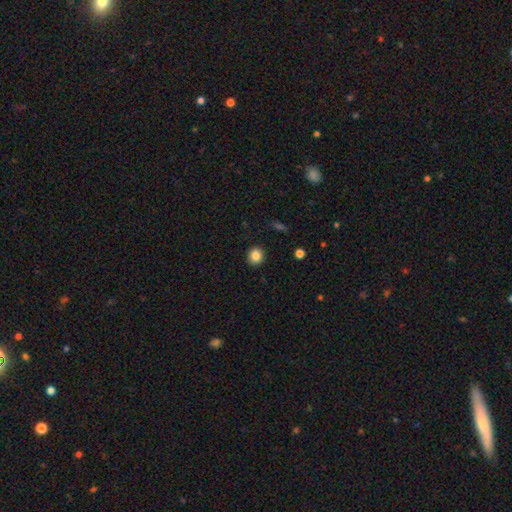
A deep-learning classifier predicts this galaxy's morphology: The model was most divided on "how rounded": round: 82%, in between: 17%, cigar-shaped: 1%. More confident: merging — none (91%); smooth or featured — smooth (84%).